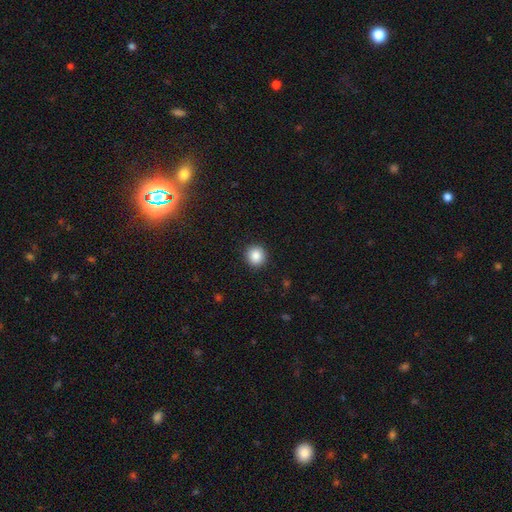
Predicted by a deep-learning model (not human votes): Smooth or featured? Predicted: smooth (p=0.87). How rounded? Predicted: round (p=0.93). Merging? Predicted: none (p=0.92).